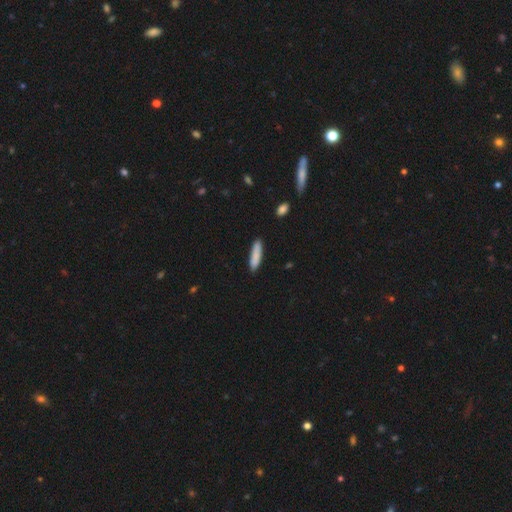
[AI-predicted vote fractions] Q: Smooth or featured?
A: smooth (86%); runner-up: featured or disk (8%)
Q: How rounded?
A: cigar-shaped (76%); runner-up: in between (23%)
Q: Merging?
A: none (87%); runner-up: minor disturbance (10%)